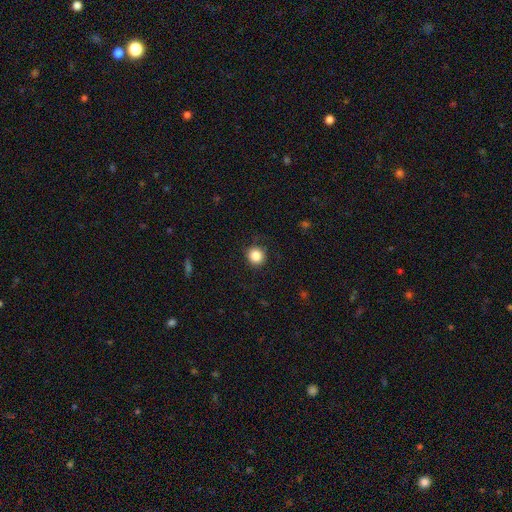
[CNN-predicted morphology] Q: Smooth or featured?
A: smooth (86%); runner-up: star or artifact (10%)
Q: How rounded?
A: round (93%); runner-up: in between (6%)
Q: Merging?
A: none (89%); runner-up: minor disturbance (8%)